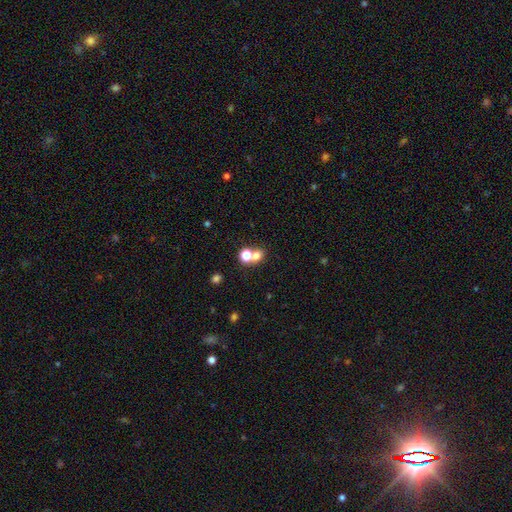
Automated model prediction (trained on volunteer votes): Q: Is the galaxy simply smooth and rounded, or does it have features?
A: smooth — 71%.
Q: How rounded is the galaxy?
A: round — 63%.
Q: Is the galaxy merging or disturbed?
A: merger — 51%.